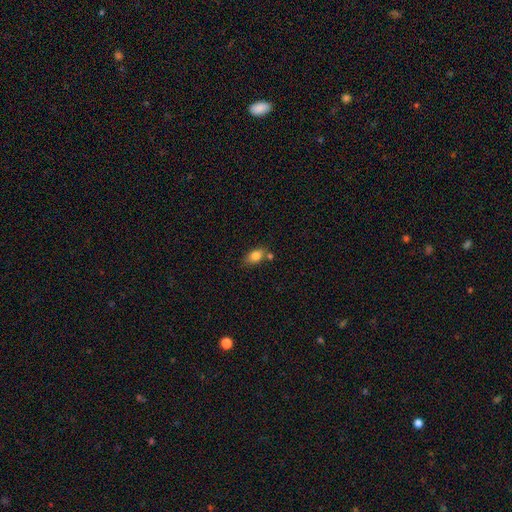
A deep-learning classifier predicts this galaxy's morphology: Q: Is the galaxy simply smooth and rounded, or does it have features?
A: smooth — 82%.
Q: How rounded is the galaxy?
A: in between — 82%.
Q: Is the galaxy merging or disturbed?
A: none — 63%.